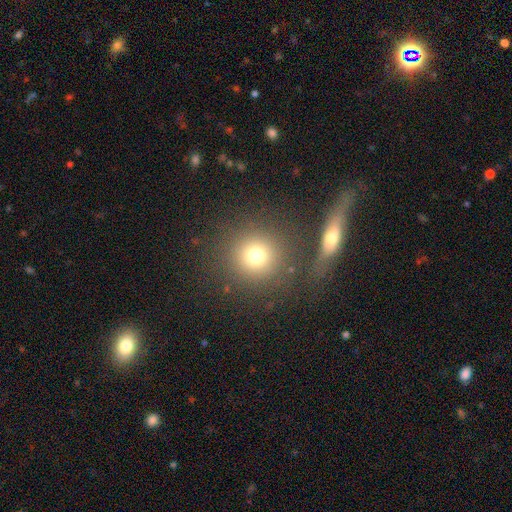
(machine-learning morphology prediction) This appears to be a smooth galaxy with no disk features (73%) that is round (93%). Merging: none (78%).